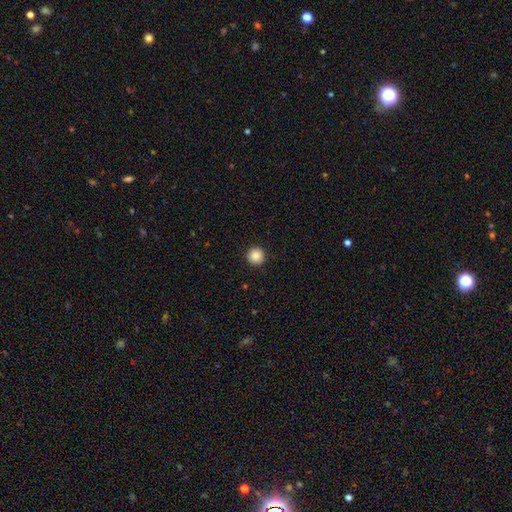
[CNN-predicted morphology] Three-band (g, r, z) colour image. It shows a smooth galaxy with no disk features (87%) that is round (96%). Merging: none (93%).